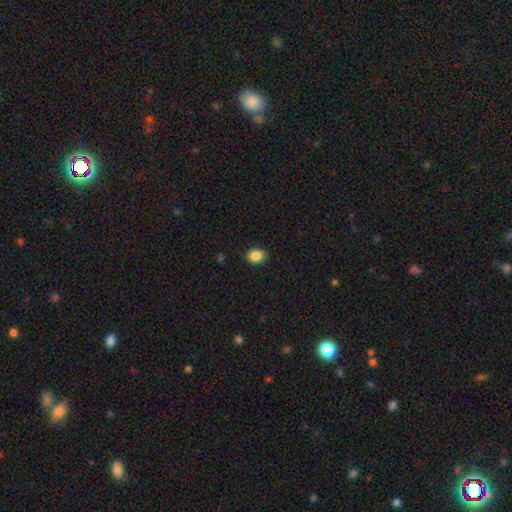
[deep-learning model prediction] This appears to be a smooth galaxy with no disk features (88%) that is in between round and cigar-shaped (61%). Merging: none (90%).